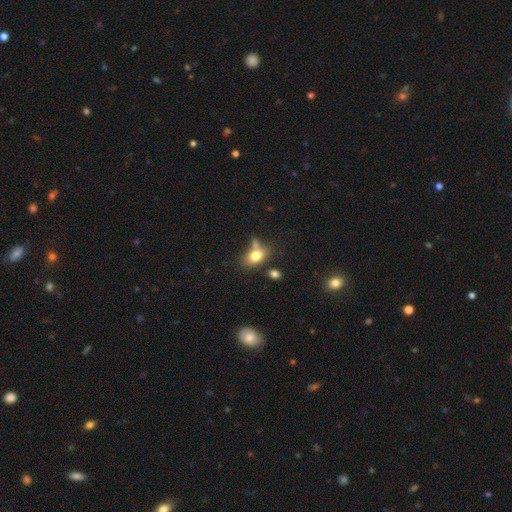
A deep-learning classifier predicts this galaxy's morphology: This appears to be a smooth galaxy with no disk features (77%) that is in between round and cigar-shaped (81%). Merging: none (50%).